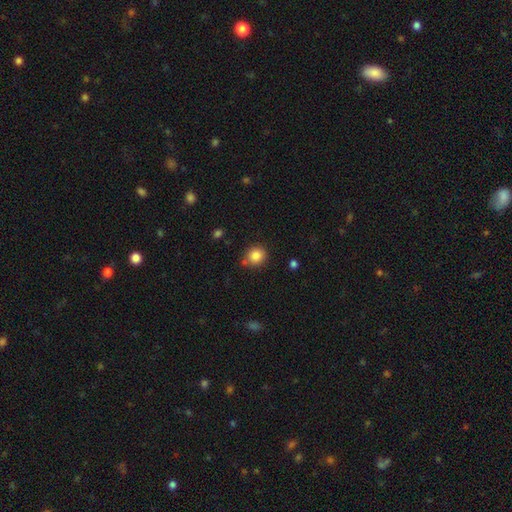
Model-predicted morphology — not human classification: The model was most divided on "merging": none: 76%, minor disturbance: 13%, merger: 7%, major disturbance: 3%. More confident: how rounded — round (86%); smooth or featured — smooth (85%).